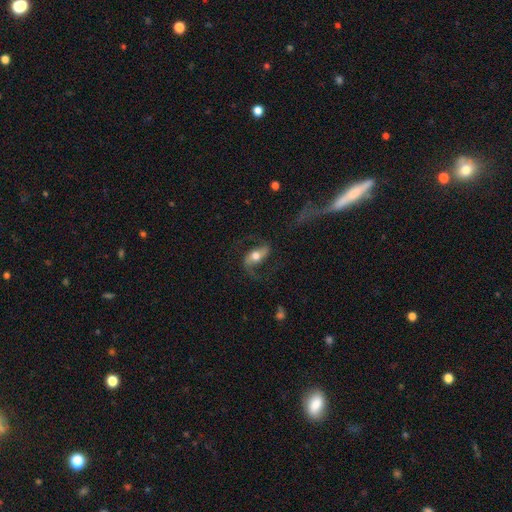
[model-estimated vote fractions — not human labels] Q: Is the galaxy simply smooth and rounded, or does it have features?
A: featured or disk — 77%.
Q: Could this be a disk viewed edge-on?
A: no — 93%.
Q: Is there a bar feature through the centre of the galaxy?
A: strong — 38%.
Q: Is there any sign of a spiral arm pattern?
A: yes — 93%.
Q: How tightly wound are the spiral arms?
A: loose — 62%.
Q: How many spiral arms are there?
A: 2 — 90%.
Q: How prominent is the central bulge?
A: moderate — 67%.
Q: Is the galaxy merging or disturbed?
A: none — 67%.